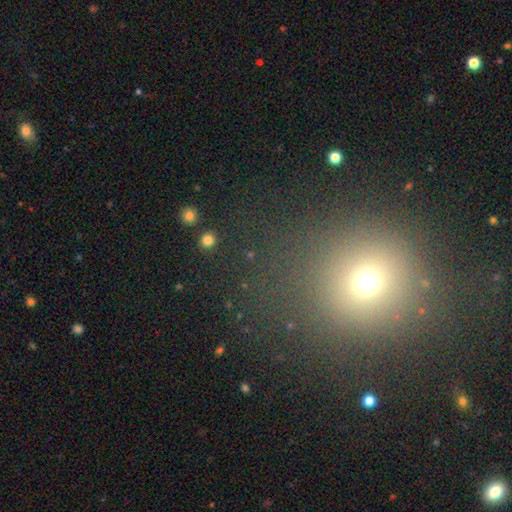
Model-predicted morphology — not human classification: Q: Smooth or featured?
A: smooth (54%); runner-up: star or artifact (37%)
Q: How rounded?
A: round (84%); runner-up: in between (14%)
Q: Merging?
A: none (79%); runner-up: minor disturbance (10%)